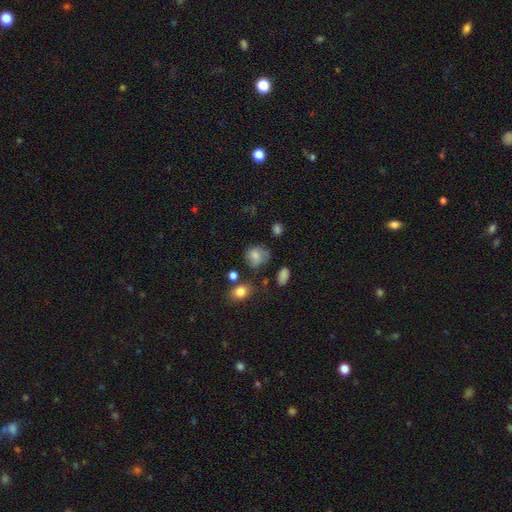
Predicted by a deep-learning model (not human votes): Smooth or featured? Predicted: smooth (p=0.75). How rounded? Predicted: round (p=0.63). Merging? Predicted: none (p=0.55).